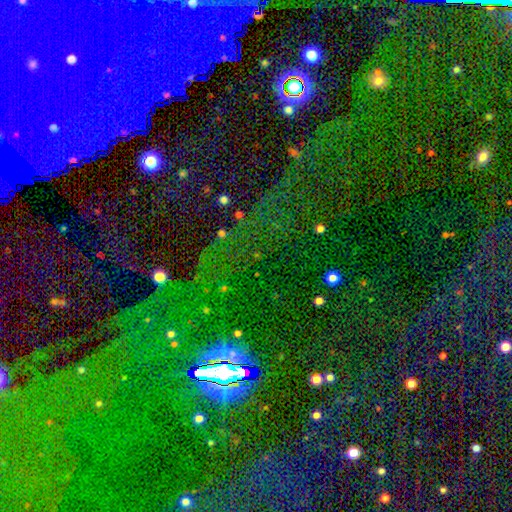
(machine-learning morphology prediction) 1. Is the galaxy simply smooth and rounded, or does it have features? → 80% star or artifact, 11% smooth, 9% featured or disk.